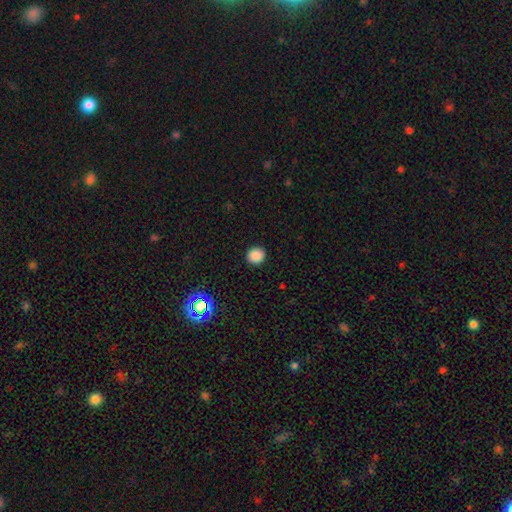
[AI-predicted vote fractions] smooth 87%, star or artifact 11%, featured or disk 3%. Down the decision tree: how rounded — round (86%); merging — none (91%).